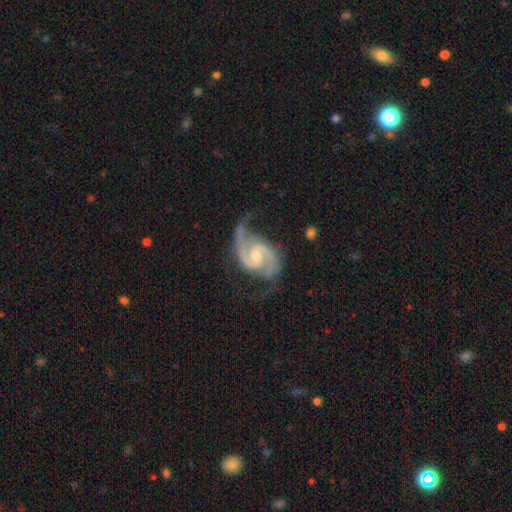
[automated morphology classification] Smooth or featured?
  - featured or disk: 94% *
  - star or artifact: 4%
  - smooth: 3%
Edge-on disk?
  - no: 98% *
  - yes: 2%
Bar?
  - weak: 49% *
  - no: 39%
  - strong: 12%
Spiral arms?
  - yes: 99% *
  - no: 1%
Spiral winding?
  - medium: 61% *
  - tight: 22%
  - loose: 17%
Spiral arm count?
  - 2: 94% *
  - 3: 2%
  - can't tell: 2%
  - 1: 1%
  - 4: 1%
  - more than 4: 1%
Bulge size?
  - small: 47% *
  - moderate: 46%
  - none: 5%
  - large: 2%
  - dominant: 1%
Merging?
  - none: 71% *
  - minor disturbance: 19%
  - major disturbance: 8%
  - merger: 2%